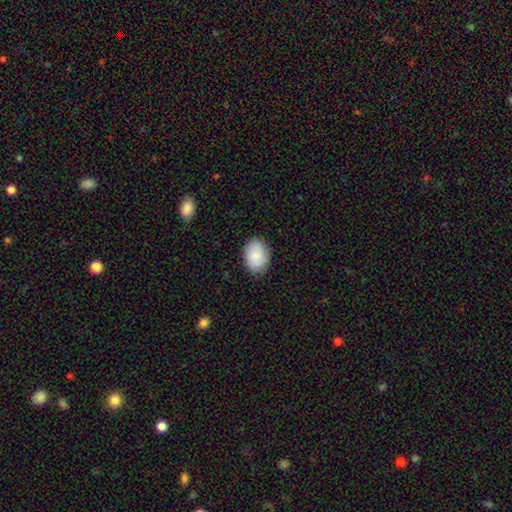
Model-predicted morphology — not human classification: Smooth or featured: smooth — 89% (star or artifact — 6%)
How rounded: in between — 79% (round — 20%)
Merging: none — 85% (minor disturbance — 11%)